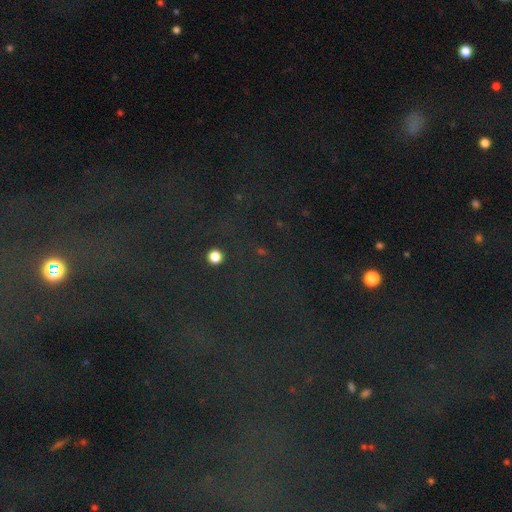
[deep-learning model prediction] The model was most divided on "smooth or featured": star or artifact: 78%, smooth: 12%, featured or disk: 10%.